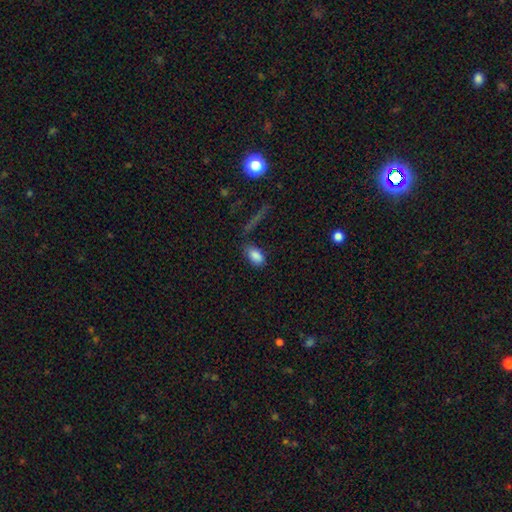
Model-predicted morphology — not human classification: smooth_or_featured: smooth (p=0.84) [alt: star or artifact p=0.10]
how_rounded: in between (p=0.91) [alt: round p=0.06]
merging: none (p=0.64) [alt: minor disturbance p=0.24]